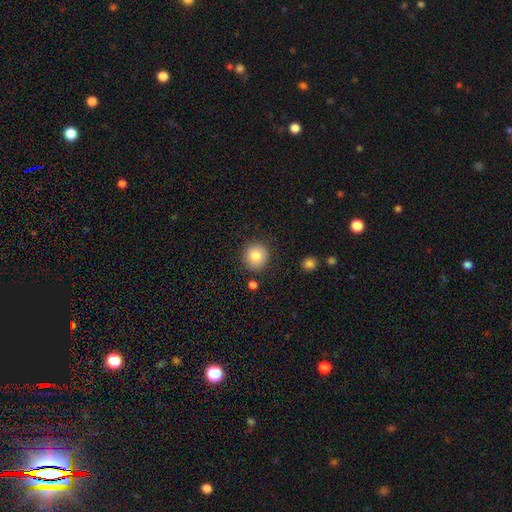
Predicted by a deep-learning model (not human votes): Morphology: type=smooth (83%); roundness=round (91%); merging=none (87%).